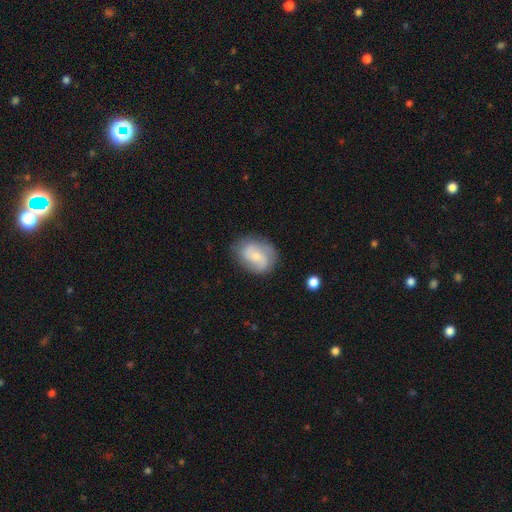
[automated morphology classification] featured or disk 54%, smooth 38%, star or artifact 7%. Down the decision tree: edge-on disk — no (97%); bar — no (57%); spiral arms — yes (86%); bulge size — small (56%); merging — none (72%).